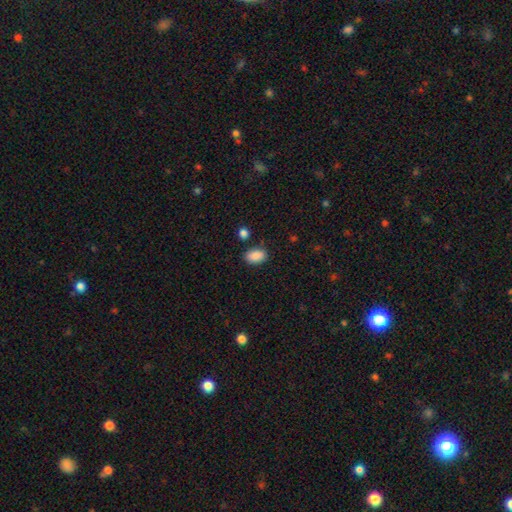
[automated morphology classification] The model was most divided on "merging": none: 83%, minor disturbance: 11%, merger: 3%, major disturbance: 3%. More confident: smooth or featured — smooth (89%); how rounded — in between (89%).